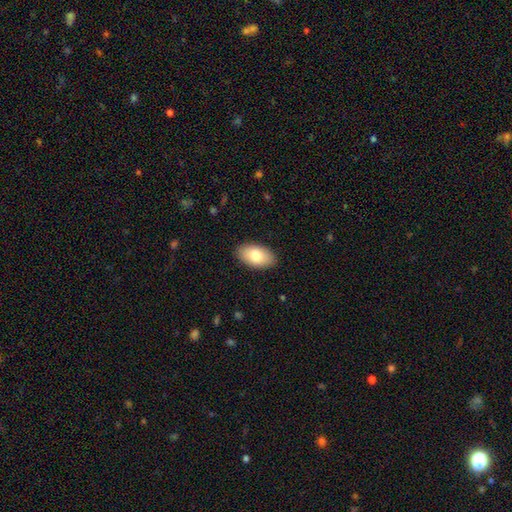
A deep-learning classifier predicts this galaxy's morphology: Smooth or featured?
  - smooth: 79% *
  - featured or disk: 15%
  - star or artifact: 6%
How rounded?
  - in between: 94% *
  - round: 4%
  - cigar-shaped: 1%
Merging?
  - none: 88% *
  - minor disturbance: 9%
  - major disturbance: 2%
  - merger: 1%